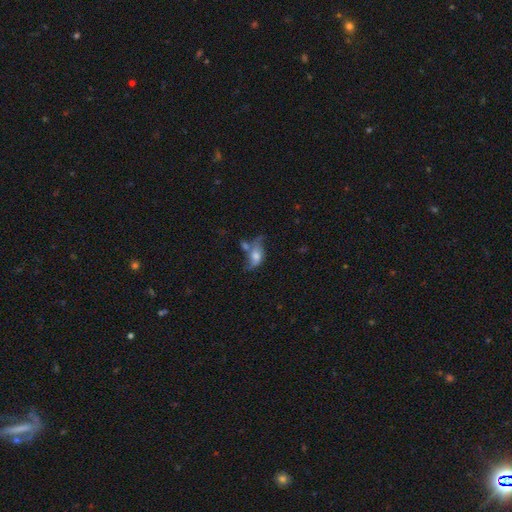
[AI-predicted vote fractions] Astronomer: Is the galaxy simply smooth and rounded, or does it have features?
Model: smooth — 46% (runner-up: featured or disk, 43%).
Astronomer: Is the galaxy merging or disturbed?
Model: none — 30% (runner-up: merger, 27%).